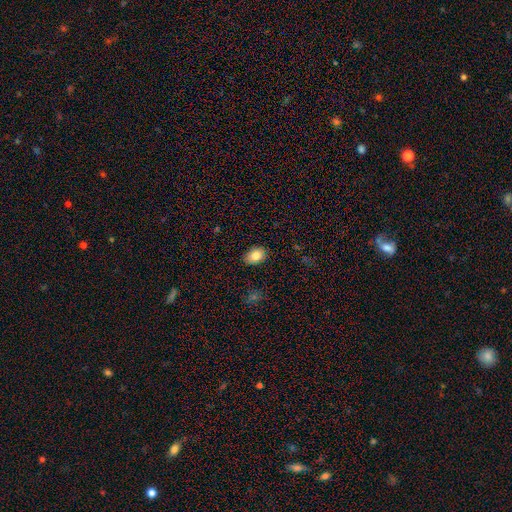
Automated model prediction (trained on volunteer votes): Morphology: type=smooth (83%); roundness=in between (78%); merging=none (87%).